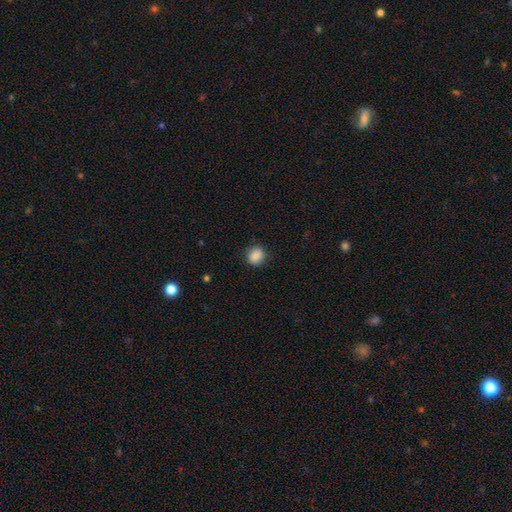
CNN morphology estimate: This is clearly a smooth galaxy (86%). How rounded: likely round (77%). Merging: clearly none (86%).